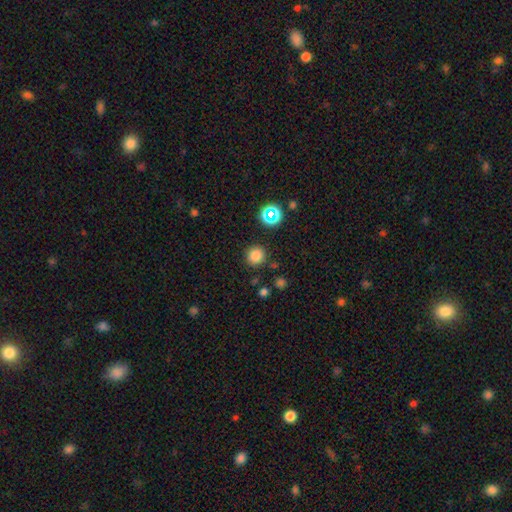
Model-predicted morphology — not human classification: Smooth or featured? smooth (79%)
How rounded? round (94%)
Merging? none (86%)